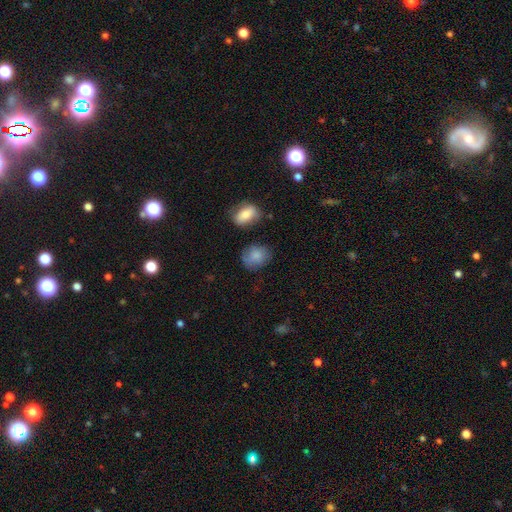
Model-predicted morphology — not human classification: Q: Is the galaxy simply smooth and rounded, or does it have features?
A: smooth — 83%.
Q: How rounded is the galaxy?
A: round — 55%.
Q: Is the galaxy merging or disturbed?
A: none — 64%.